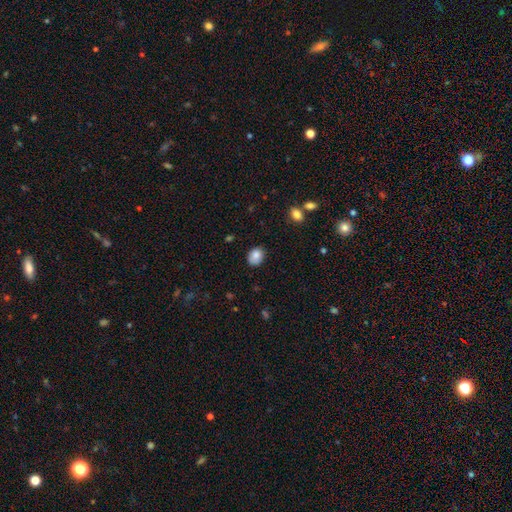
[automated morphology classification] Smooth or featured? Predicted: smooth (p=0.85). How rounded? Predicted: in between (p=0.60). Merging? Predicted: none (p=0.78).